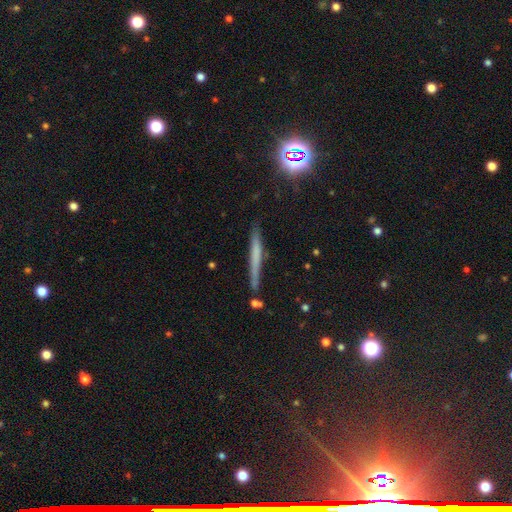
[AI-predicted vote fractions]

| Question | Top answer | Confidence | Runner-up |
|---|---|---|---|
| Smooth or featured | smooth | 49% | featured or disk (38%) |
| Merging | none | 79% | minor disturbance (14%) |